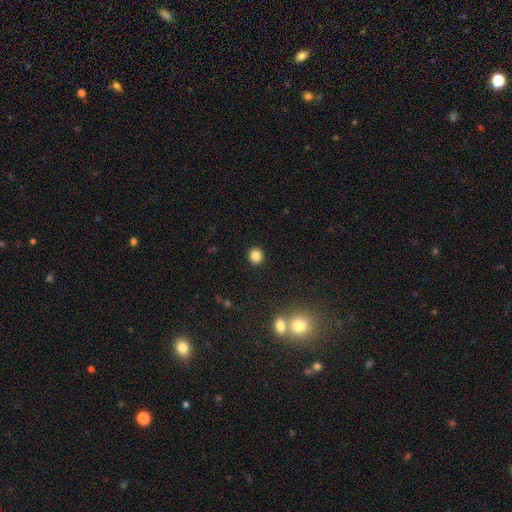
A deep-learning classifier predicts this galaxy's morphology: The model was most divided on "smooth or featured": smooth: 84%, star or artifact: 12%, featured or disk: 5%. More confident: merging — none (92%); how rounded — round (91%).